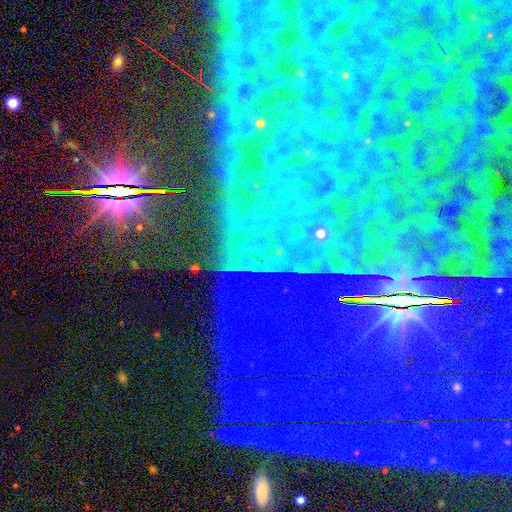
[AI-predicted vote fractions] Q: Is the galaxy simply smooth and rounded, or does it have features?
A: star or artifact — 83%.